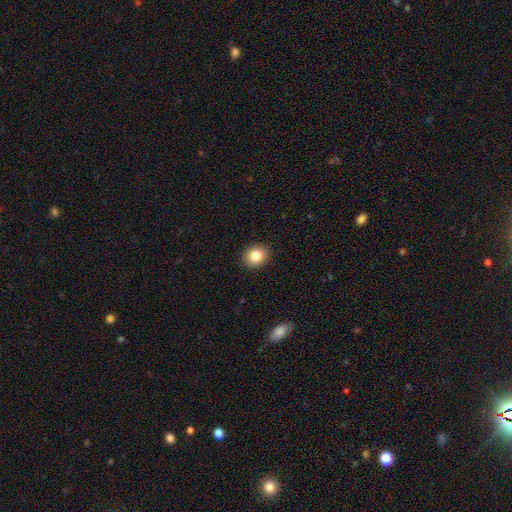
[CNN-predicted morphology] smooth 84%, star or artifact 9%, featured or disk 7%. Down the decision tree: how rounded — round (61%); merging — none (90%).